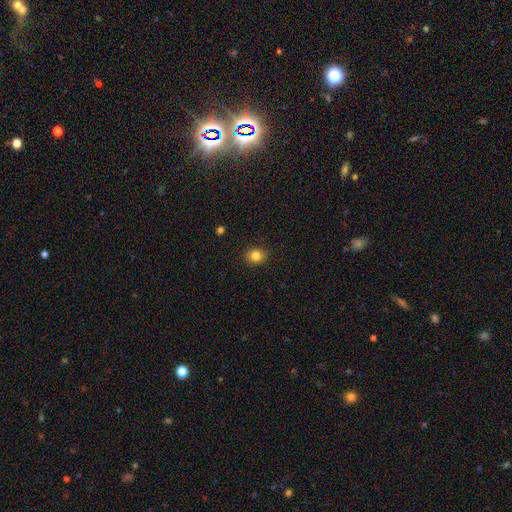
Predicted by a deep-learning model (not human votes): Smooth or featured: smooth — 83% (star or artifact — 11%)
How rounded: round — 78% (in between — 21%)
Merging: none — 91% (minor disturbance — 6%)